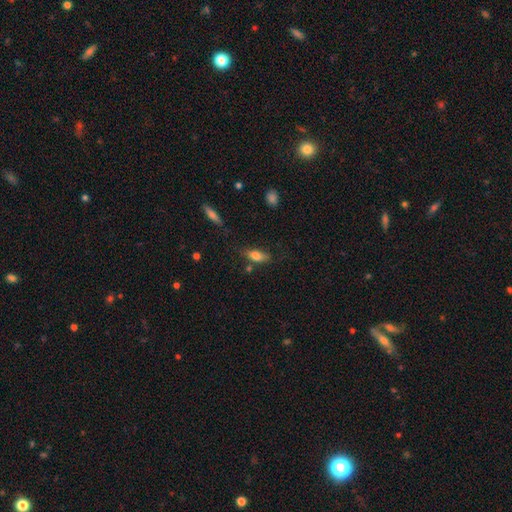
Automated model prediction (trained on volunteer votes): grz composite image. It shows a smooth galaxy with no disk features (75%) that is in between round and cigar-shaped (77%). Merging: none (63%).